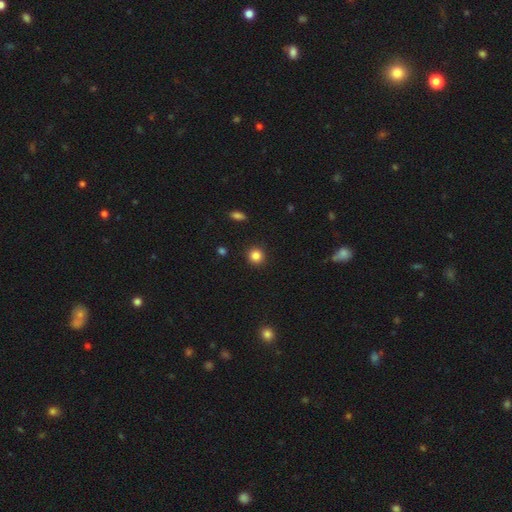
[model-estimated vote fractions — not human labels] smooth 85%, star or artifact 11%, featured or disk 4%. Down the decision tree: how rounded — round (91%); merging — none (92%).